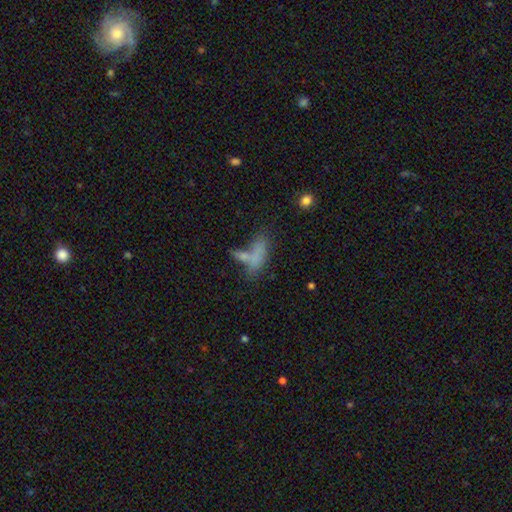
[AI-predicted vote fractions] Smooth or featured: smooth — 70% (featured or disk — 17%)
How rounded: in between — 59% (cigar-shaped — 35%)
Merging: none — 36% (merger — 32%)